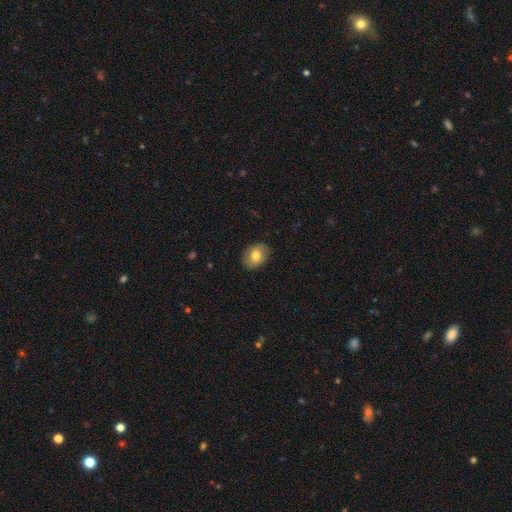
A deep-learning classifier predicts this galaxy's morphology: A smooth galaxy with no disk features (74%) that is in between round and cigar-shaped (70%).

Vote fractions:
- Smooth or featured? smooth: 74% / featured or disk: 19% / star or artifact: 7%
- How rounded? in between: 70% / round: 29% / cigar-shaped: 1%
- Merging? none: 87% / minor disturbance: 10% / major disturbance: 2% / merger: 1%